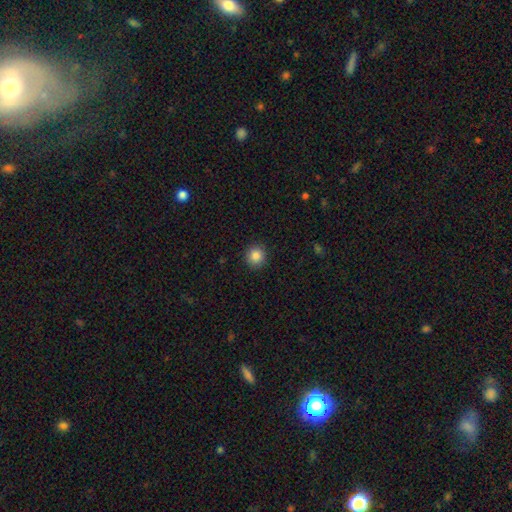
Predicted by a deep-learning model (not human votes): Smooth or featured: smooth — 86% (star or artifact — 10%)
How rounded: round — 92% (in between — 7%)
Merging: none — 92% (minor disturbance — 6%)